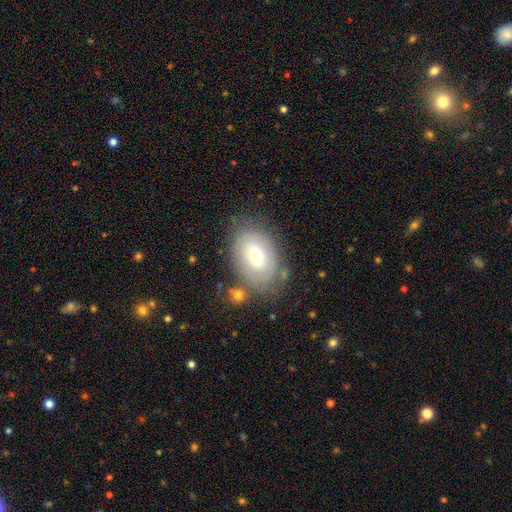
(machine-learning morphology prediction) Smooth or featured? Predicted: smooth (p=0.58). How rounded? Predicted: in between (p=0.82). Merging? Predicted: none (p=0.70).